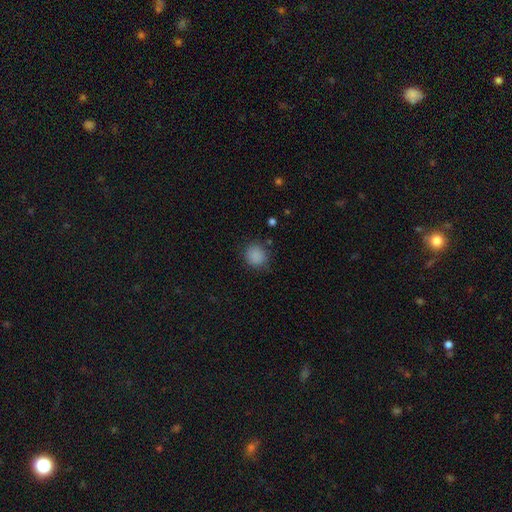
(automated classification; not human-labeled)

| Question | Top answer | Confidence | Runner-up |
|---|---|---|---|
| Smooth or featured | smooth | 86% | star or artifact (10%) |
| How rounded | round | 86% | in between (13%) |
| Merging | none | 80% | minor disturbance (14%) |